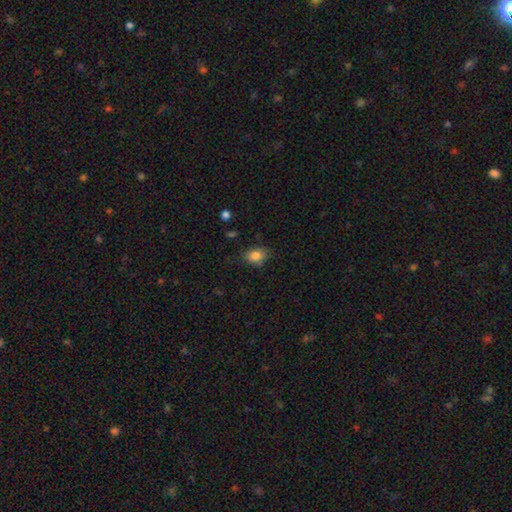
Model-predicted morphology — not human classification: Smooth or featured: smooth — 84% (star or artifact — 9%)
How rounded: in between — 77% (round — 21%)
Merging: none — 74% (minor disturbance — 19%)